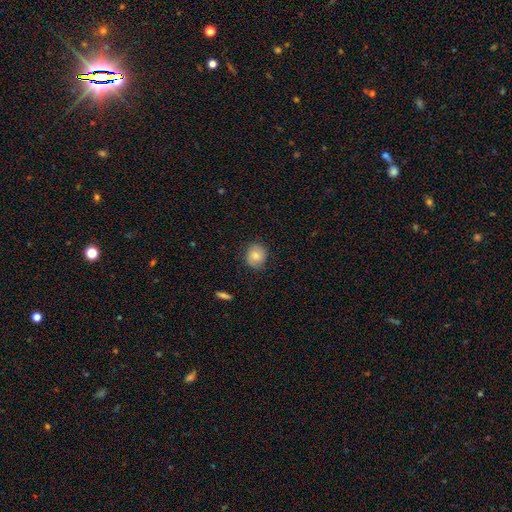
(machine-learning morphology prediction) A smooth galaxy with no disk features (76%) that is round (80%). Merging: none (81%).